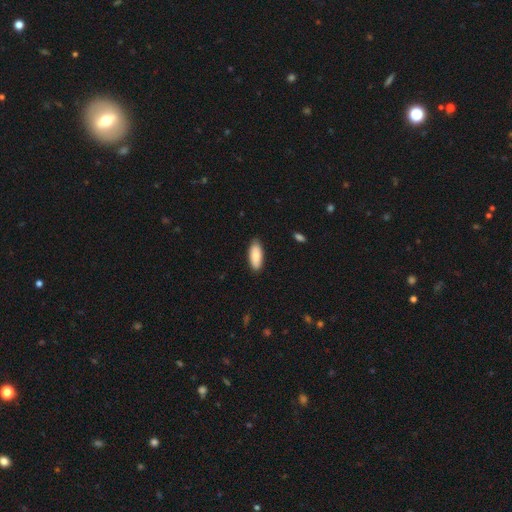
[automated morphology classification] Smooth or featured? smooth (89%)
How rounded? in between (81%)
Merging? none (86%)